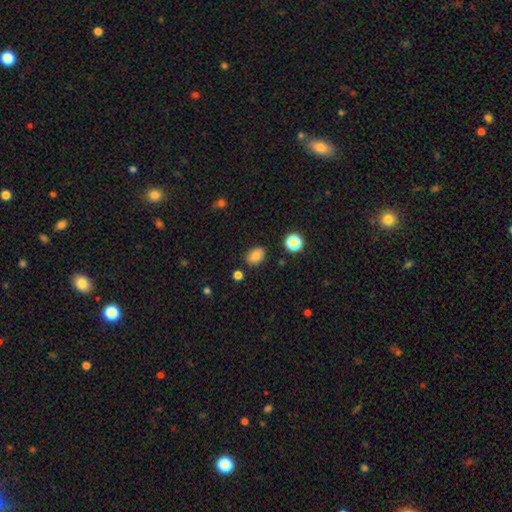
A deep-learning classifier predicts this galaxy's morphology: Smooth or featured? Predicted: smooth (p=0.82). How rounded? Predicted: in between (p=0.73). Merging? Predicted: none (p=0.82).